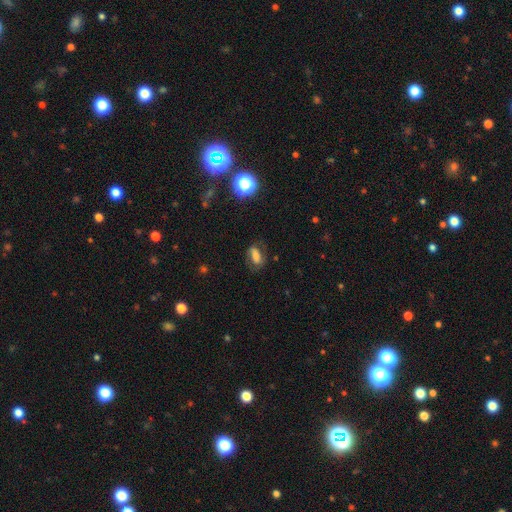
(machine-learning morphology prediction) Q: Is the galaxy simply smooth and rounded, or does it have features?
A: smooth — 58%.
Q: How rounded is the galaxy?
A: in between — 75%.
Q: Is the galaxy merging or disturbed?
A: none — 67%.